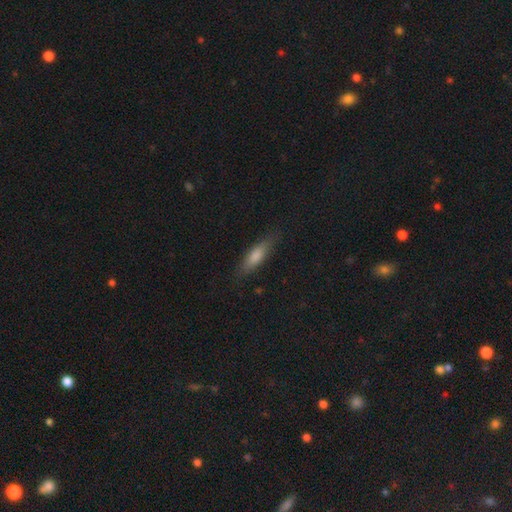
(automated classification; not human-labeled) Smooth or featured: smooth — 65% (featured or disk — 26%)
How rounded: cigar-shaped — 64% (in between — 33%)
Merging: none — 84% (minor disturbance — 12%)